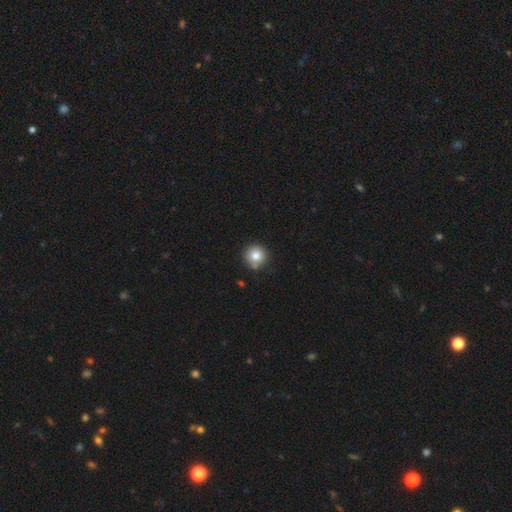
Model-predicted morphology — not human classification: Smooth or featured? Predicted: smooth (p=0.81). How rounded? Predicted: round (p=0.95). Merging? Predicted: none (p=0.82).